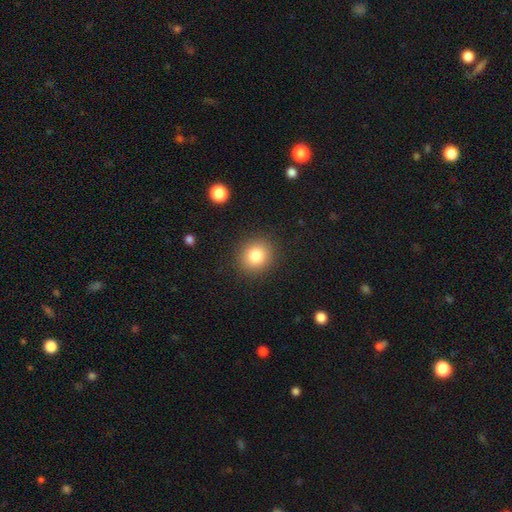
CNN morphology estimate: Smooth or featured: smooth — 82% (star or artifact — 11%)
How rounded: round — 86% (in between — 13%)
Merging: none — 90% (minor disturbance — 7%)